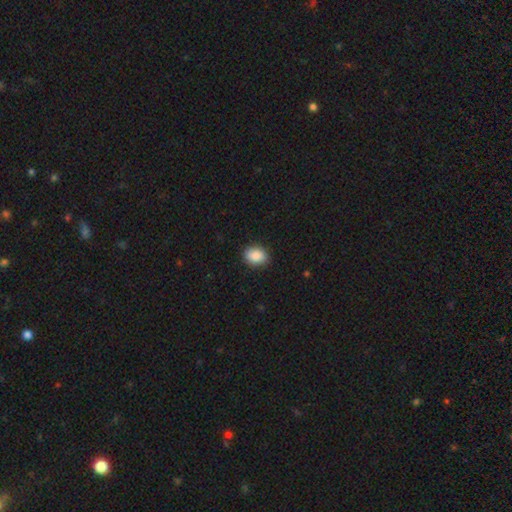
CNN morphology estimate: Smooth or featured: smooth — 89% (star or artifact — 7%)
How rounded: in between — 68% (round — 31%)
Merging: none — 87% (minor disturbance — 10%)